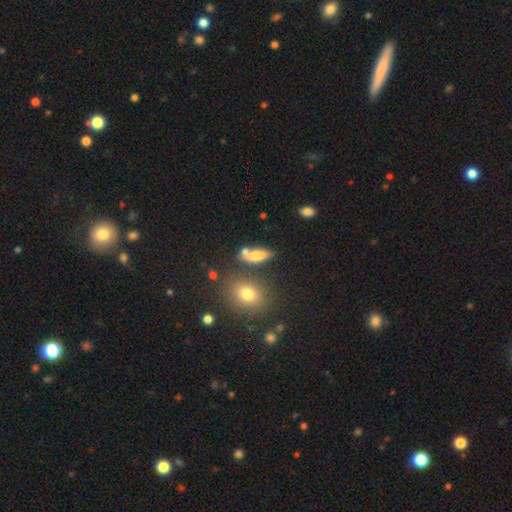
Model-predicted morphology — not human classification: Smooth or featured?
  - smooth: 68% *
  - featured or disk: 21%
  - star or artifact: 11%
How rounded?
  - in between: 60% *
  - cigar-shaped: 33%
  - round: 7%
Merging?
  - none: 55% *
  - merger: 22%
  - minor disturbance: 16%
  - major disturbance: 7%